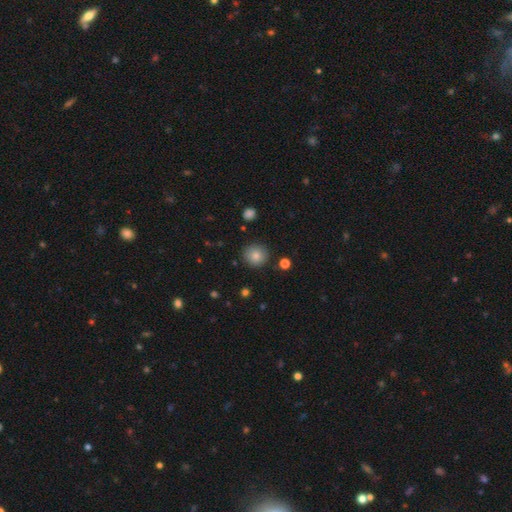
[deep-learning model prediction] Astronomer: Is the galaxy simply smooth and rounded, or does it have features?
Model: smooth — 83%.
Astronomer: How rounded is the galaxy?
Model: round — 92%.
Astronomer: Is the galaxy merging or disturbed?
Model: none — 88%.